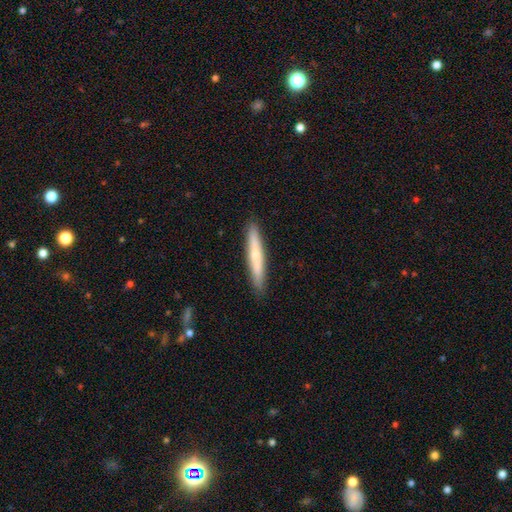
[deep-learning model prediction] This is likely a smooth galaxy (62%). How rounded: clearly cigar-shaped (95%). Merging: clearly none (91%).